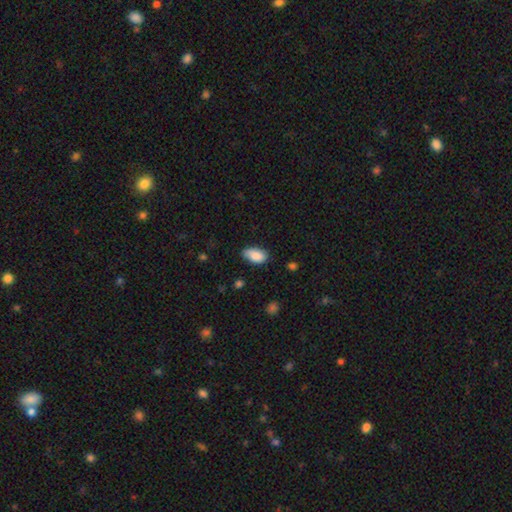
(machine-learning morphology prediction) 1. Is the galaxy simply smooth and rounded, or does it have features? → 86% smooth, 7% featured or disk, 7% star or artifact.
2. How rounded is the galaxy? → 94% in between, 4% round, 2% cigar-shaped.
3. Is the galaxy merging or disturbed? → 71% none, 24% minor disturbance, 4% major disturbance, 2% merger.